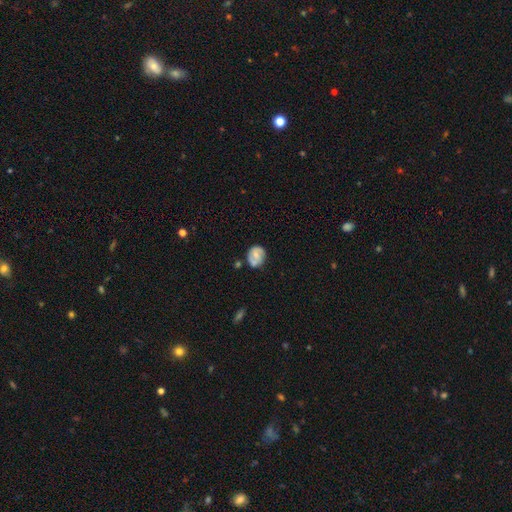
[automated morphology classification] smooth_or_featured: smooth (p=0.47) [alt: featured or disk p=0.46]
merging: none (p=0.65) [alt: minor disturbance p=0.21]